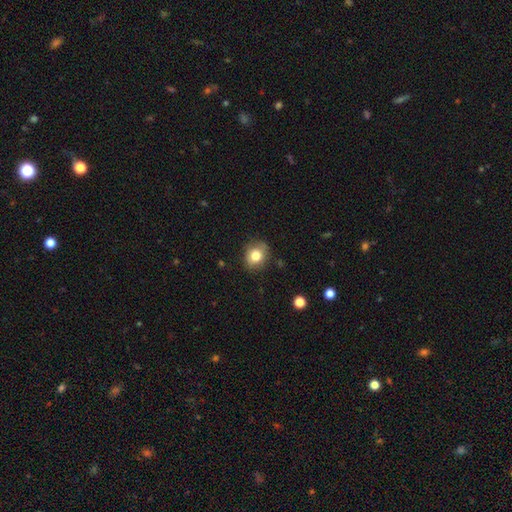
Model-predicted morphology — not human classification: type=smooth (80%); roundness=round (64%); merging=none (81%).